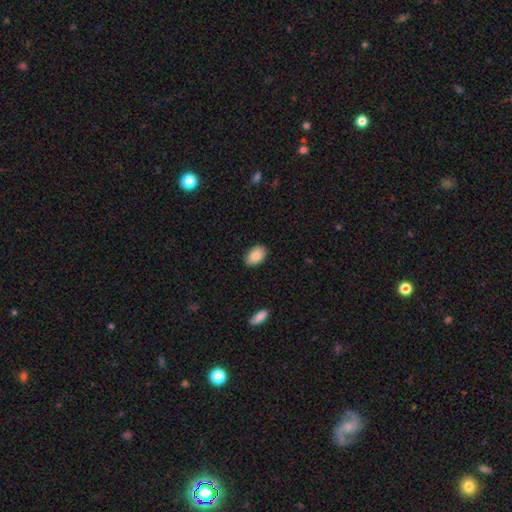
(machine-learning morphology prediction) Smooth or featured? Predicted: smooth (p=0.87). How rounded? Predicted: in between (p=0.88). Merging? Predicted: none (p=0.88).